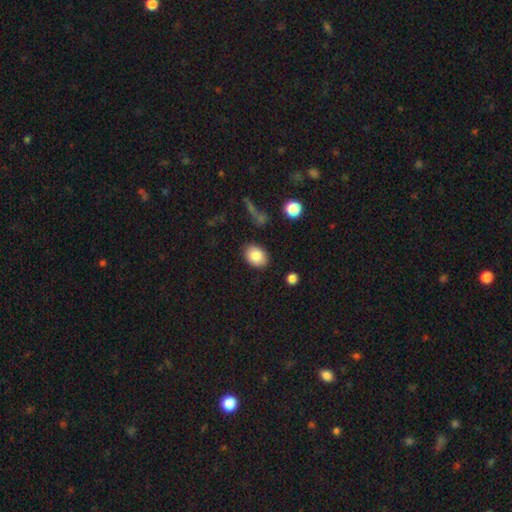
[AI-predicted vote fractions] smooth 85%, star or artifact 8%, featured or disk 7%. Down the decision tree: how rounded — in between (70%); merging — none (85%).